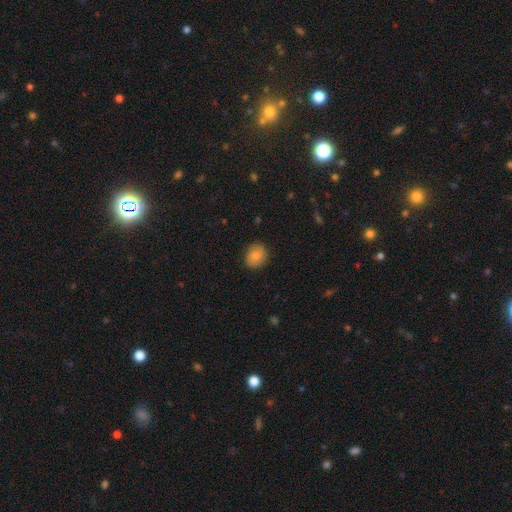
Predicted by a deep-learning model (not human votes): smooth 79%, featured or disk 13%, star or artifact 8%. Down the decision tree: how rounded — round (67%); merging — none (86%).